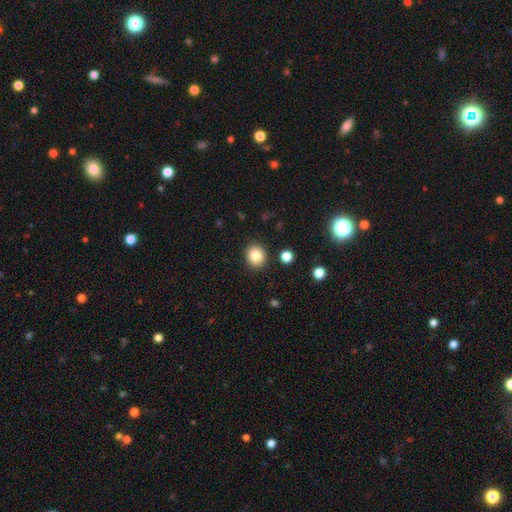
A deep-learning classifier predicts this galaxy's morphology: smooth-or-featured: smooth: 83% | star or artifact: 10% | featured or disk: 7%
  how-rounded: round: 79% | in between: 20% | cigar-shaped: 1%
  merging: none: 90% | minor disturbance: 6% | major disturbance: 2% | merger: 2%